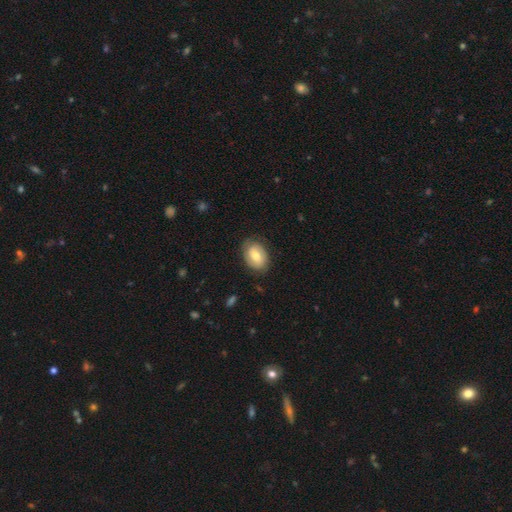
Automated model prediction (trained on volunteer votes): smooth_or_featured: smooth (p=0.65) [alt: featured or disk p=0.28]
how_rounded: in between (p=0.79) [alt: round p=0.20]
merging: none (p=0.79) [alt: minor disturbance p=0.16]